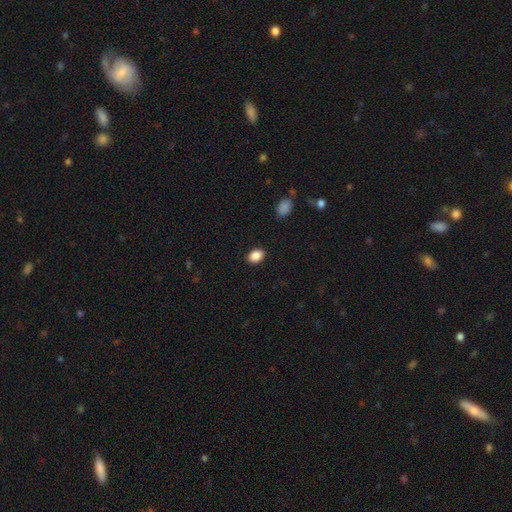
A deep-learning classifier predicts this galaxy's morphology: smooth_or_featured: smooth (p=0.88) [alt: star or artifact p=0.08]
how_rounded: in between (p=0.79) [alt: round p=0.20]
merging: none (p=0.89) [alt: minor disturbance p=0.08]